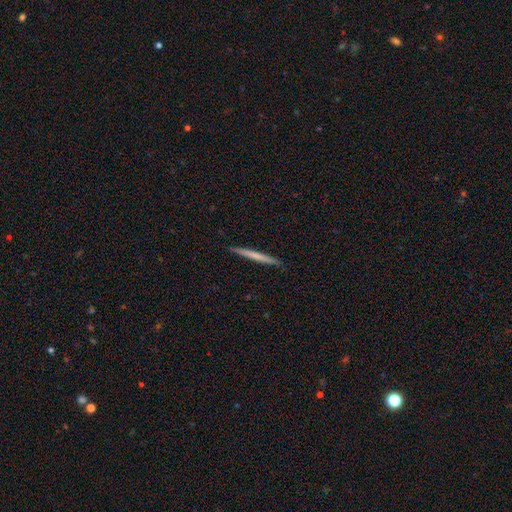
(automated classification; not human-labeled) Overall: smooth (57%; featured or disk 38%). How rounded: cigar-shaped (97%). Merging: none (92%).